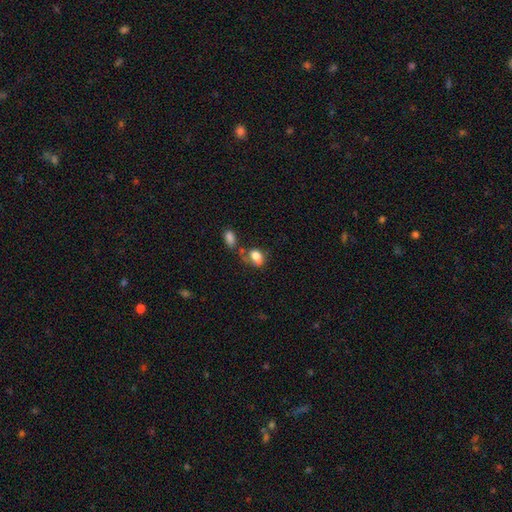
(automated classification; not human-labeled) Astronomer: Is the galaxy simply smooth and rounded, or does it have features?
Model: smooth — 80%.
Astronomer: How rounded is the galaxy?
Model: in between — 75%.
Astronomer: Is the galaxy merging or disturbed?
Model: none — 35% (runner-up: merger, 28%).